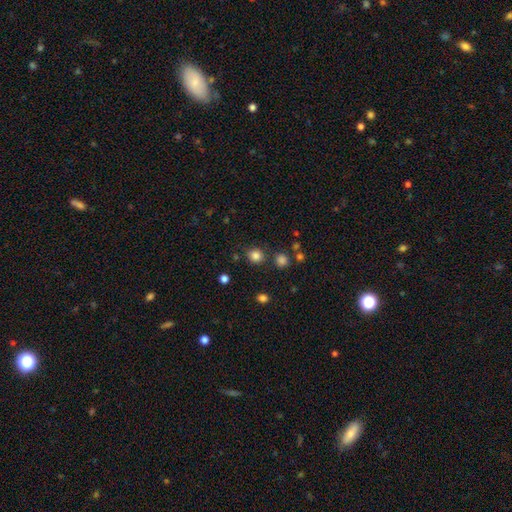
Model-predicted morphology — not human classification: This is clearly a smooth galaxy (82%). How rounded: clearly round (81%). Merging: clearly none (80%).